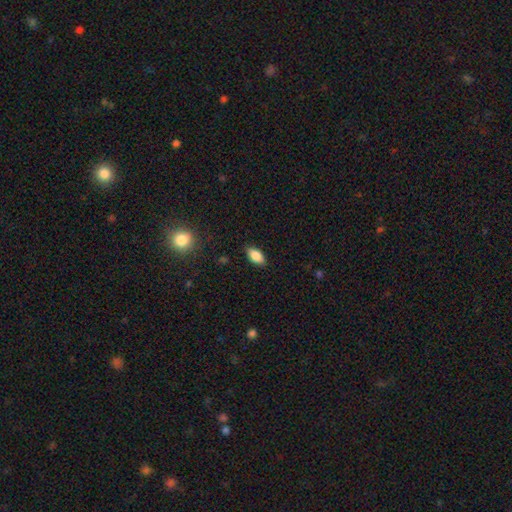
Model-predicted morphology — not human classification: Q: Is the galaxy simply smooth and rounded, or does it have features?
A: smooth — 86%.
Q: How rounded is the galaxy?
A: in between — 91%.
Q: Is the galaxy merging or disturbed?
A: none — 86%.